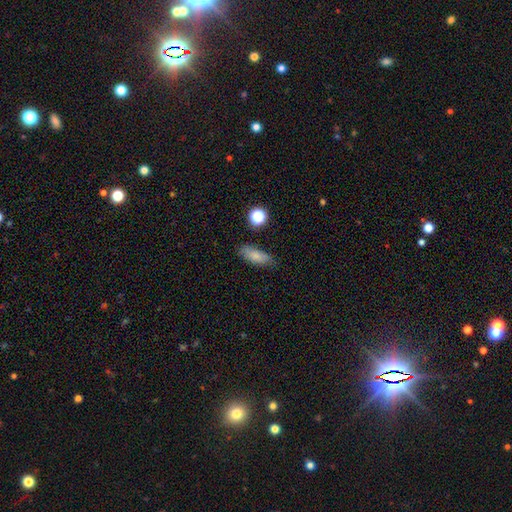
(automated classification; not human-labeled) Morphology: type=smooth (79%); roundness=in between (74%); merging=none (73%).